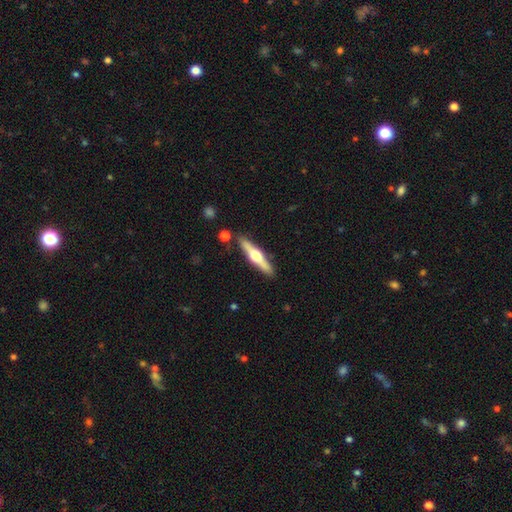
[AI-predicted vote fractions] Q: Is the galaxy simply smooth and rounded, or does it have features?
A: featured or disk — 68%.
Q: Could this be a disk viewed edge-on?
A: yes — 97%.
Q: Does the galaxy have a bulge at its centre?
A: rounded — 95%.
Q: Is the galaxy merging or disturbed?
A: none — 87%.